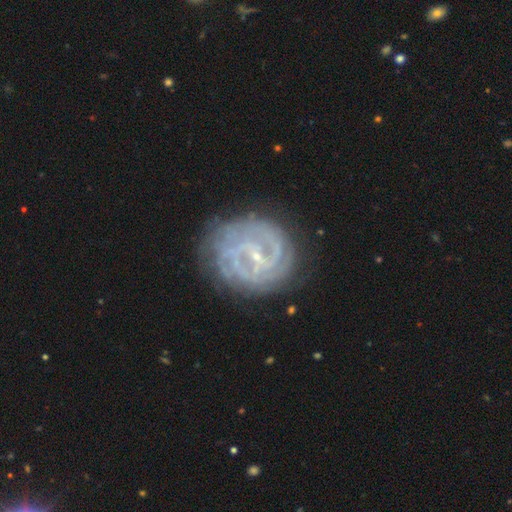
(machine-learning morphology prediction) The model was most divided on "spiral arm count": 2: 31%, can't tell: 29%, 3: 15%, 4: 11%, more than 4: 7%, 1: 7%. Remaining: edge-on disk — no (98%); spiral arms — yes (94%); smooth or featured — featured or disk (86%); bulge size — small (85%); merging — none (77%); spiral winding — tight (63%); bar — weak (48%).